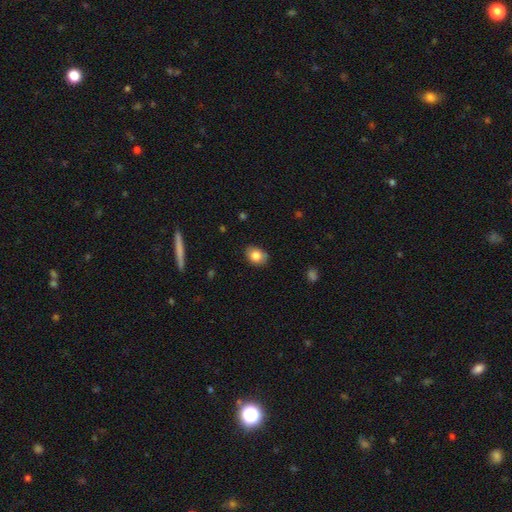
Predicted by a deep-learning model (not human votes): Morphology: type=smooth (82%); roundness=in between (60%); merging=none (82%).